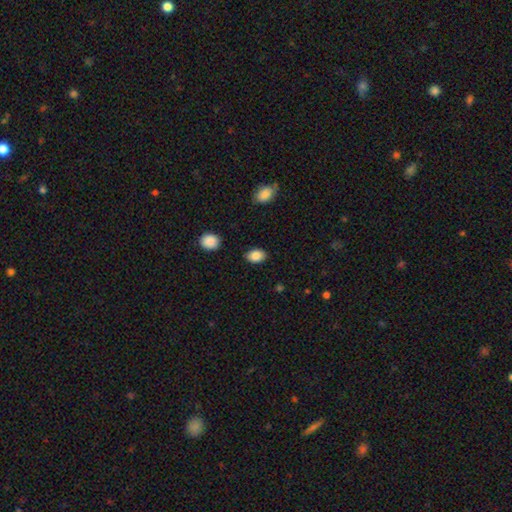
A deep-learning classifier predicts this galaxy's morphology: type=smooth (86%); roundness=in between (81%); merging=none (86%).